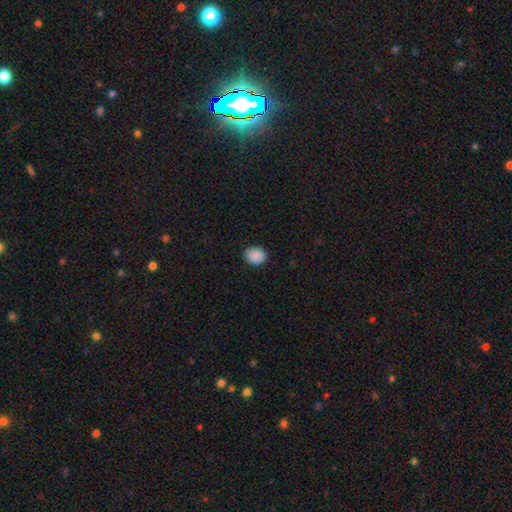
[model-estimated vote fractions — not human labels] smooth_or_featured: smooth (p=0.89) [alt: star or artifact p=0.08]
how_rounded: round (p=0.71) [alt: in between p=0.29]
merging: none (p=0.89) [alt: minor disturbance p=0.08]